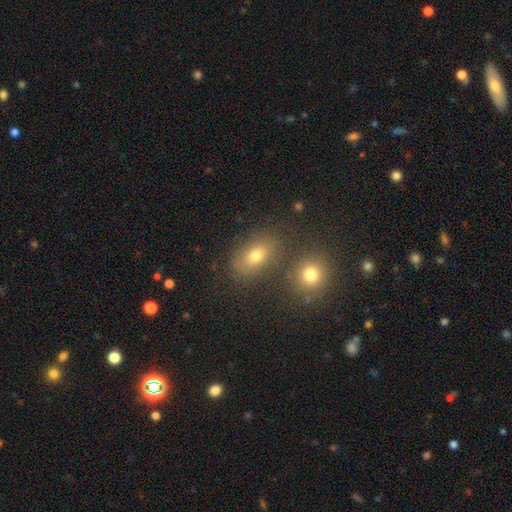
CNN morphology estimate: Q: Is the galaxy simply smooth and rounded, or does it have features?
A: smooth — 64%.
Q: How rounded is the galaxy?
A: in between — 76%.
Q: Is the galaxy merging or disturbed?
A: none — 72%.